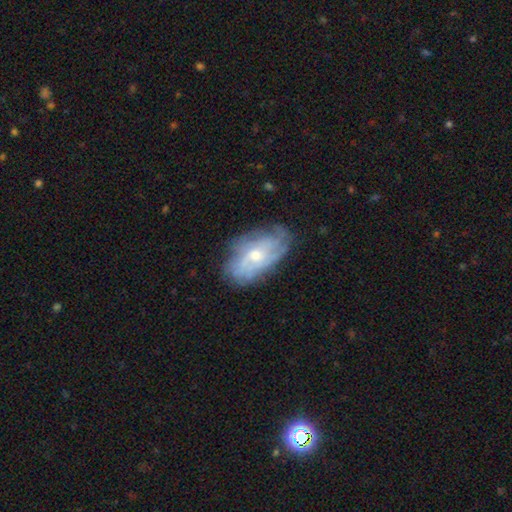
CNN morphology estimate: Q: Smooth or featured?
A: featured or disk (66%); runner-up: smooth (26%)
Q: Edge-on disk?
A: no (93%); runner-up: yes (7%)
Q: Bar?
A: no (76%); runner-up: weak (21%)
Q: Spiral arms?
A: yes (77%); runner-up: no (23%)
Q: Bulge size?
A: moderate (55%); runner-up: small (40%)
Q: Merging?
A: none (68%); runner-up: minor disturbance (23%)